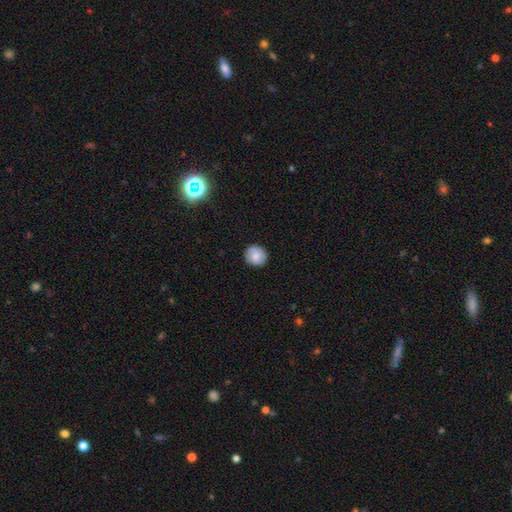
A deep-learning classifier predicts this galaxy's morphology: Q: Smooth or featured?
A: smooth (78%); runner-up: featured or disk (14%)
Q: How rounded?
A: round (88%); runner-up: in between (11%)
Q: Merging?
A: none (87%); runner-up: minor disturbance (10%)